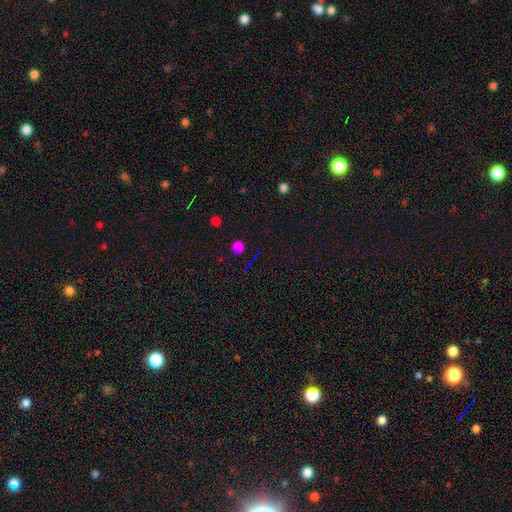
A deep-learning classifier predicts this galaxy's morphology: Smooth or featured? smooth (50%)
Merging? none (91%)